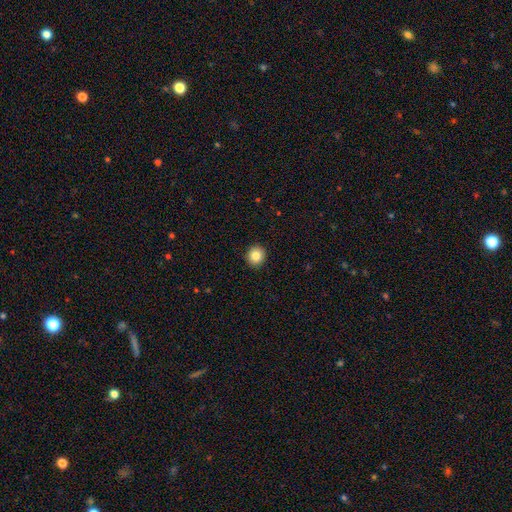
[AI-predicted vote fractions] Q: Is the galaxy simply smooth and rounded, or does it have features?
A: smooth — 85%.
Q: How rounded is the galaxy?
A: round — 89%.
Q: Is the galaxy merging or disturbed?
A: none — 92%.